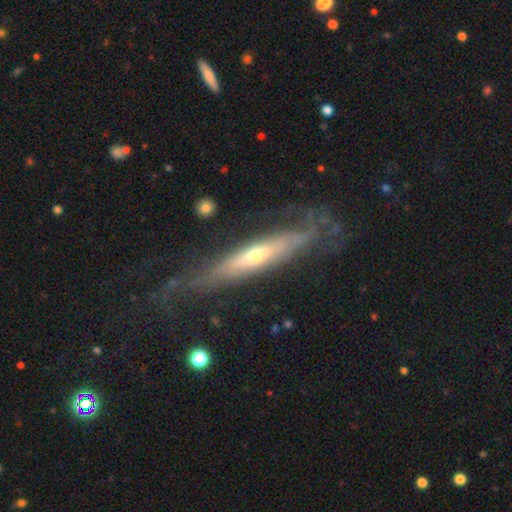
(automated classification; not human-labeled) Smooth or featured? Predicted: featured or disk (p=0.76). Edge-on disk? Predicted: yes (p=0.62). Merging? Predicted: none (p=0.59).